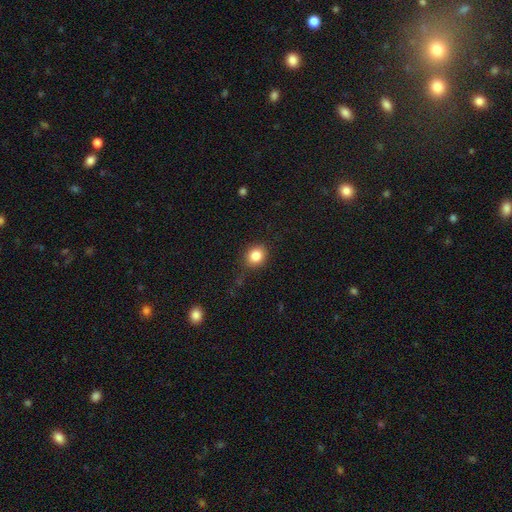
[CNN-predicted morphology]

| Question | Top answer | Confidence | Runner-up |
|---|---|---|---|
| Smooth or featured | smooth | 84% | star or artifact (10%) |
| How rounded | round | 74% | in between (25%) |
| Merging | none | 81% | minor disturbance (13%) |